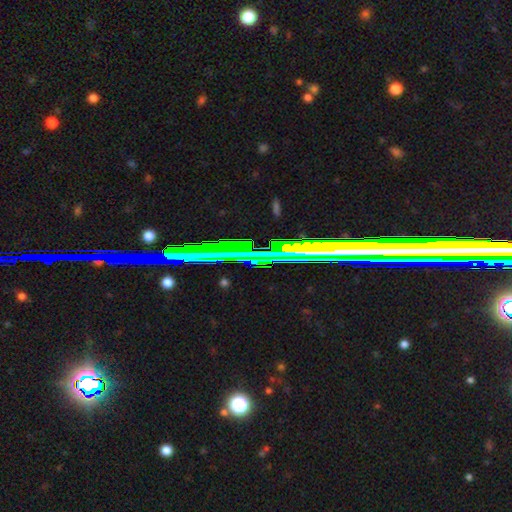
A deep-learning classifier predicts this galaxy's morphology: The model was most divided on "smooth or featured": star or artifact: 66%, featured or disk: 22%, smooth: 12%.